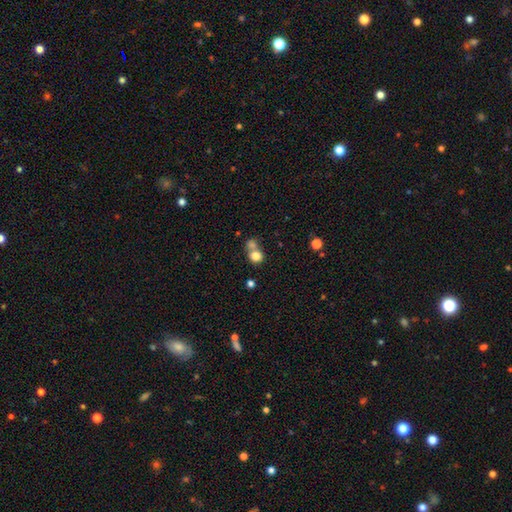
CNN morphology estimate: Smooth or featured: smooth — 80% (star or artifact — 11%)
How rounded: round — 82% (in between — 17%)
Merging: merger — 50% (none — 41%)